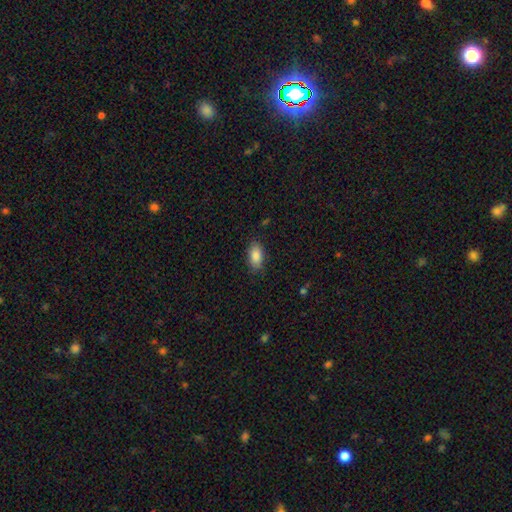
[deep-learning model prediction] Morphology: type=smooth (86%); roundness=in between (91%); merging=none (83%).